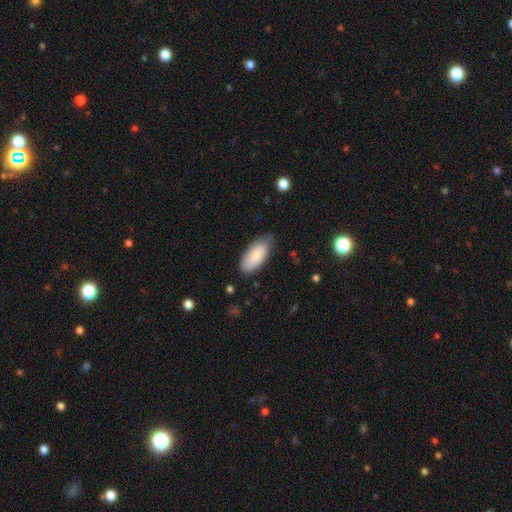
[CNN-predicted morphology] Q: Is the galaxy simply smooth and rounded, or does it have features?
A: smooth — 86%.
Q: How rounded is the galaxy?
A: in between — 89%.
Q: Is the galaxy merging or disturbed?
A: none — 72%.